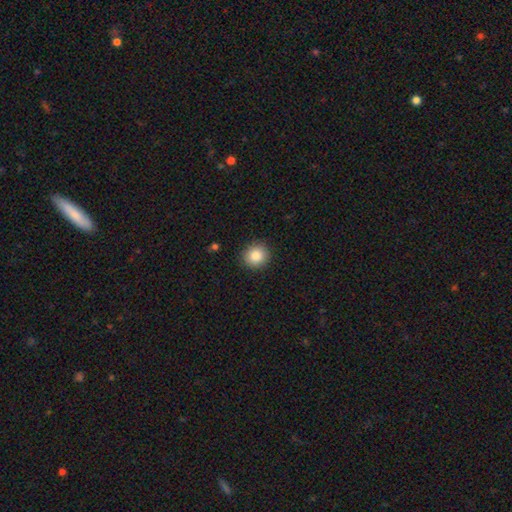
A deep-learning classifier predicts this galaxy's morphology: A smooth galaxy with no disk features (85%) that is round (89%). Merging: none (91%).